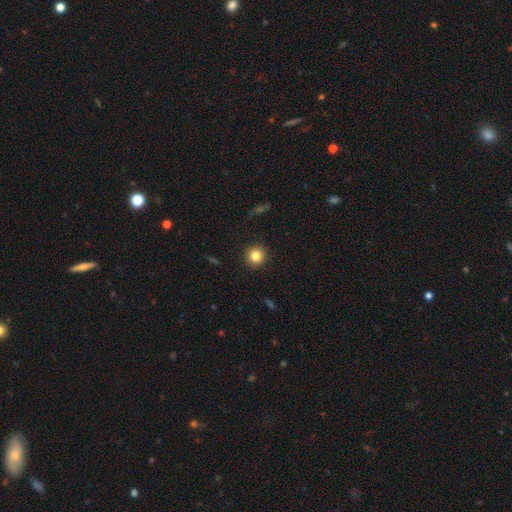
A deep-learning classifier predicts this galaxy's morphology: A smooth galaxy with no disk features (82%) that is round (94%). Merging: none (92%).